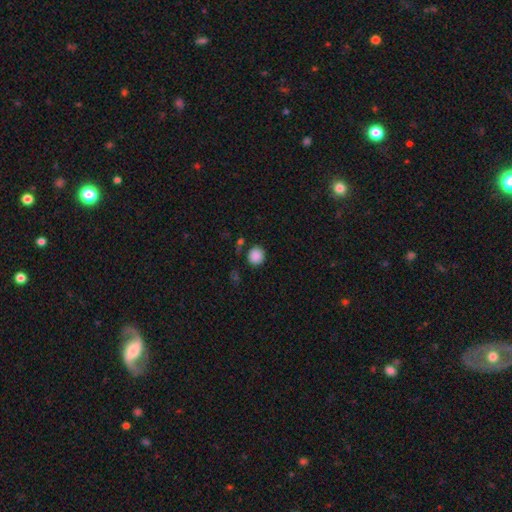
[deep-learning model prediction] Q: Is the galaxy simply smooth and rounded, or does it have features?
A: smooth — 87%.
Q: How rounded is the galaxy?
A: round — 90%.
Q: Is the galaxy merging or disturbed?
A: none — 84%.